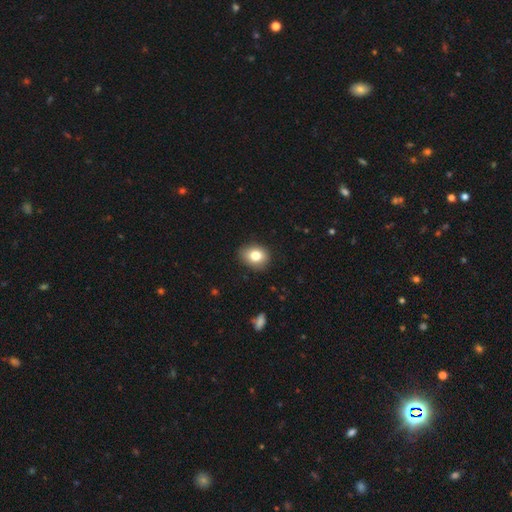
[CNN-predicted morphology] The model was most divided on "how rounded": in between: 52%, round: 47%, cigar-shaped: 1%. More confident: merging — none (86%); smooth or featured — smooth (80%).